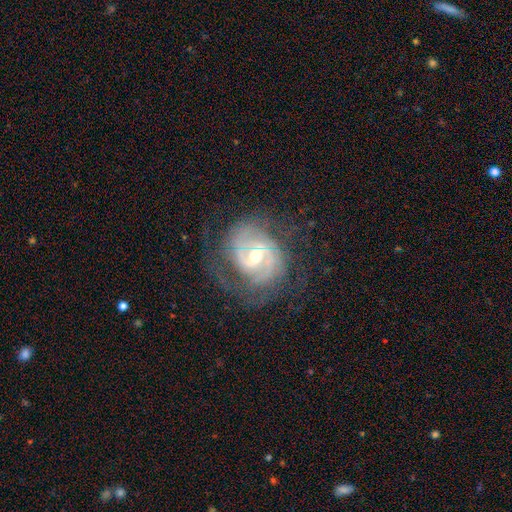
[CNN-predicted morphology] Smooth or featured: featured or disk — 87% (smooth — 7%)
Edge-on disk: no — 97% (yes — 3%)
Bar: weak — 53% (no — 28%)
Spiral arms: yes — 94% (no — 6%)
Spiral winding: tight — 55% (medium — 34%)
Spiral arm count: 2 — 48% (can't tell — 26%)
Bulge size: moderate — 60% (small — 35%)
Merging: none — 64% (minor disturbance — 20%)